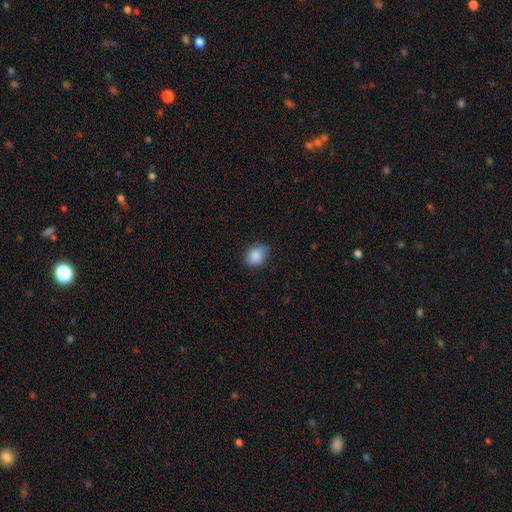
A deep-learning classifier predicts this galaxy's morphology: Smooth or featured? Predicted: smooth (p=0.87). How rounded? Predicted: in between (p=0.51). Merging? Predicted: none (p=0.75).